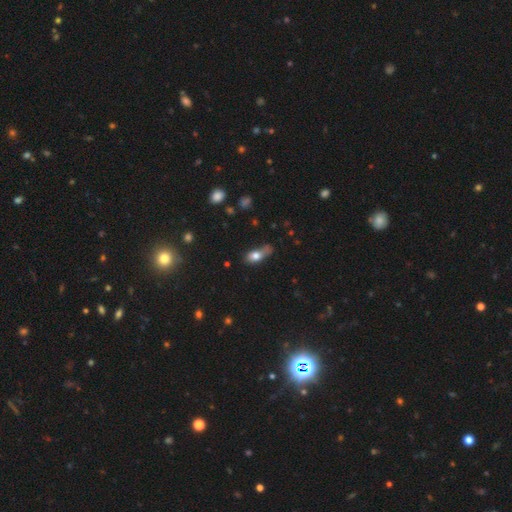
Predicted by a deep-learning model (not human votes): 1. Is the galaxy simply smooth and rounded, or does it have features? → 75% smooth, 15% featured or disk, 10% star or artifact.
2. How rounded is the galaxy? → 74% in between, 14% cigar-shaped, 12% round.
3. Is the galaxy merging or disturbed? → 36% none, 33% minor disturbance, 19% major disturbance, 12% merger.